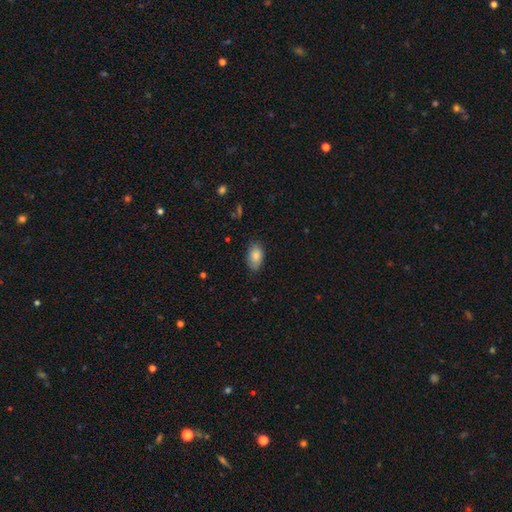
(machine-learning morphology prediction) This is clearly a smooth galaxy (86%). How rounded: clearly in between (93%). Merging: clearly none (82%).